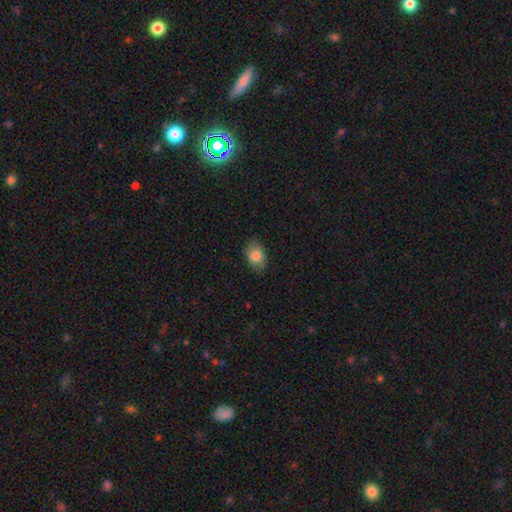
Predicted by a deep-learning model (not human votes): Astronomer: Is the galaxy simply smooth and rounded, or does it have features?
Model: smooth — 83%.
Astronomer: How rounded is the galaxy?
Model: in between — 84%.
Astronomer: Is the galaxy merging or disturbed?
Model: none — 80%.